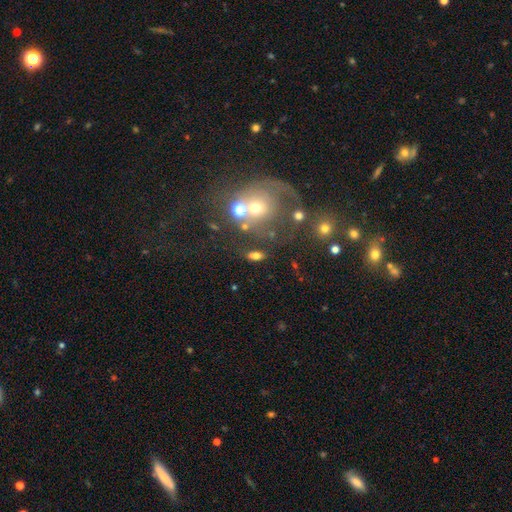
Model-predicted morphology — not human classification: The model was most divided on "smooth or featured": smooth: 68%, star or artifact: 17%, featured or disk: 14%. More confident: how rounded — in between (76%); merging — none (71%).